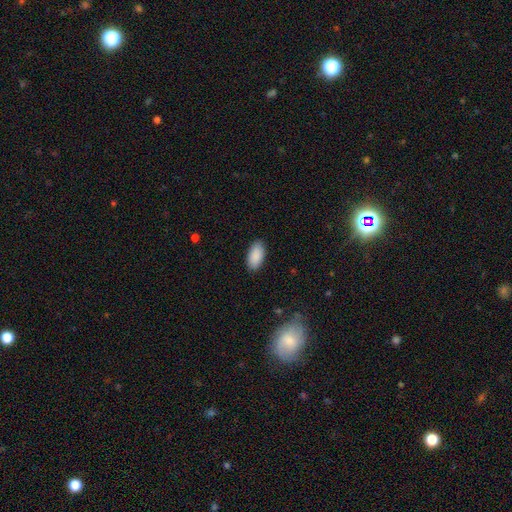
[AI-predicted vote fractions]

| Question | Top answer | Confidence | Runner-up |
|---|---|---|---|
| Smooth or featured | smooth | 90% | star or artifact (6%) |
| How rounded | in between | 94% | cigar-shaped (4%) |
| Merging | none | 88% | minor disturbance (9%) |